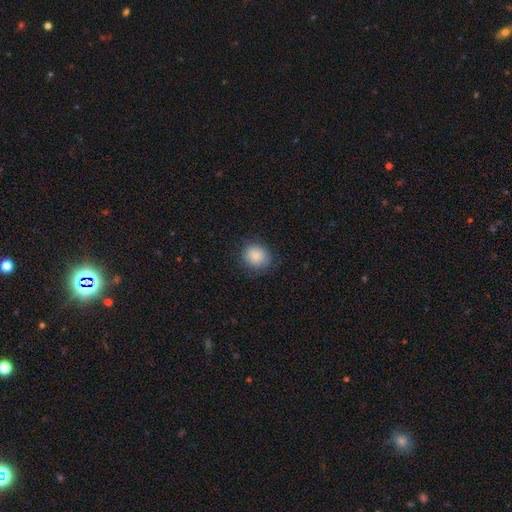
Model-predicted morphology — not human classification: Smooth or featured? smooth (85%)
How rounded? round (75%)
Merging? none (80%)